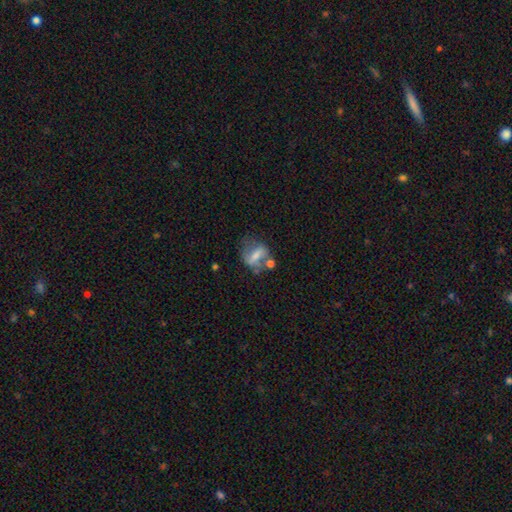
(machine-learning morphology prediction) Smooth or featured?
  - smooth: 48% *
  - featured or disk: 42%
  - star or artifact: 10%
Merging?
  - none: 41% *
  - minor disturbance: 22%
  - merger: 20%
  - major disturbance: 17%